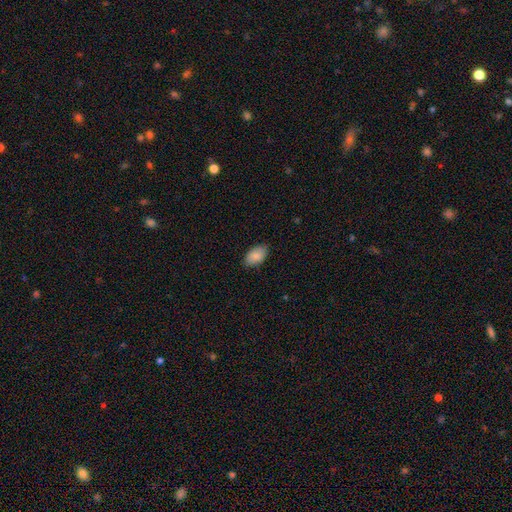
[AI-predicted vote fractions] Smooth or featured?
  - smooth: 88% *
  - star or artifact: 6%
  - featured or disk: 6%
How rounded?
  - in between: 94% *
  - round: 5%
  - cigar-shaped: 2%
Merging?
  - none: 85% *
  - minor disturbance: 12%
  - major disturbance: 2%
  - merger: 1%